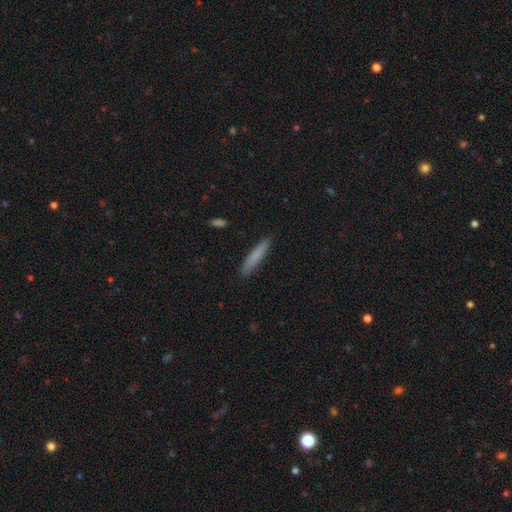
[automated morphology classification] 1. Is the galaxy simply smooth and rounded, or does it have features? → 79% smooth, 15% featured or disk, 6% star or artifact.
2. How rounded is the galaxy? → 91% cigar-shaped, 8% in between, 1% round.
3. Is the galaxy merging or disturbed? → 87% none, 10% minor disturbance, 2% major disturbance, 1% merger.